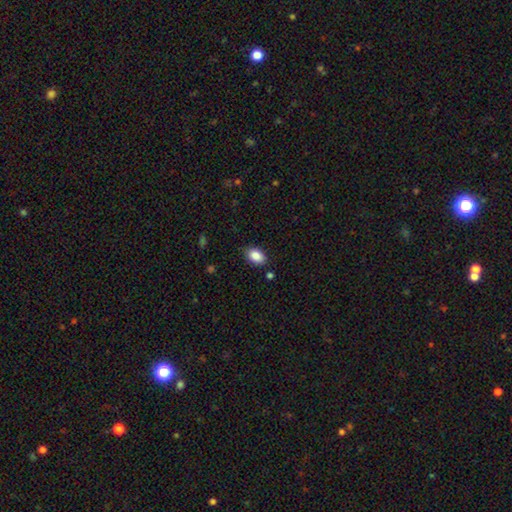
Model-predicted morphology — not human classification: smooth_or_featured: smooth (p=0.87) [alt: star or artifact p=0.08]
how_rounded: in between (p=0.88) [alt: round p=0.11]
merging: none (p=0.85) [alt: minor disturbance p=0.11]